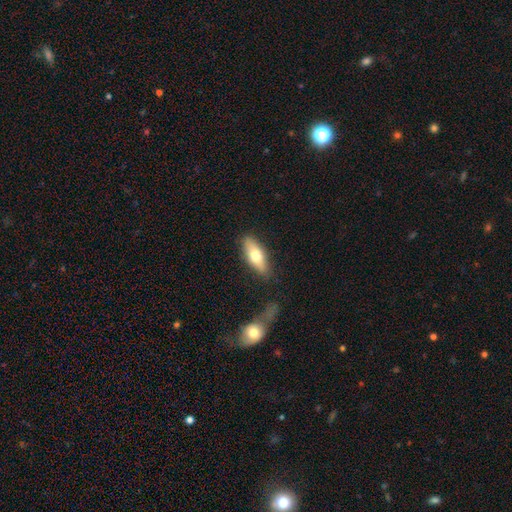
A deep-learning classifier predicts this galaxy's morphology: Smooth or featured?
  - smooth: 66% *
  - featured or disk: 28%
  - star or artifact: 6%
How rounded?
  - in between: 63% *
  - cigar-shaped: 34%
  - round: 3%
Merging?
  - none: 83% *
  - minor disturbance: 12%
  - major disturbance: 3%
  - merger: 3%